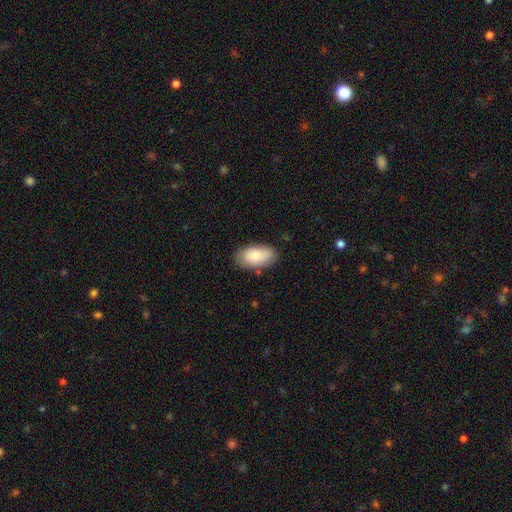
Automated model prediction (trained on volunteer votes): A smooth galaxy with no disk features (79%) that is in between round and cigar-shaped (94%). Merging: none (80%).